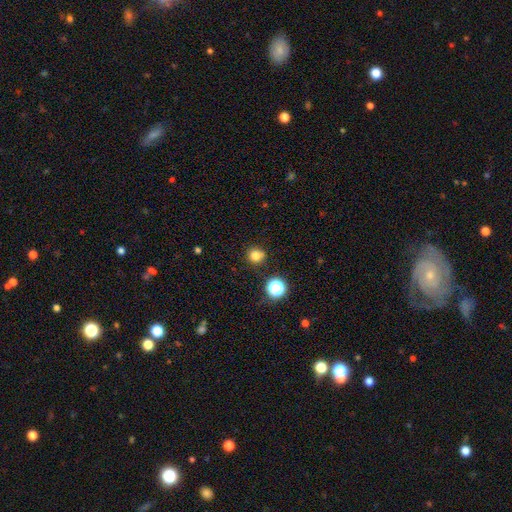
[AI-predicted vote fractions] Overall: smooth (78%). How rounded: round (92%). Merging: none (82%).